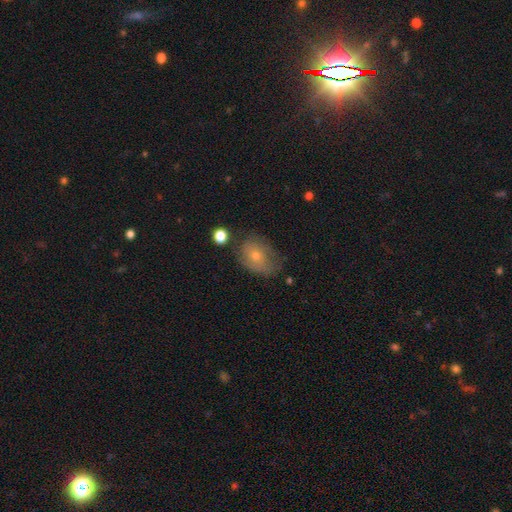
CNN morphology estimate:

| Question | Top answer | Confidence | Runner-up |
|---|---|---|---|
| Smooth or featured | smooth | 50% | featured or disk (37%) |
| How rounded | in between | 66% | round (33%) |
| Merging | none | 54% | minor disturbance (29%) |